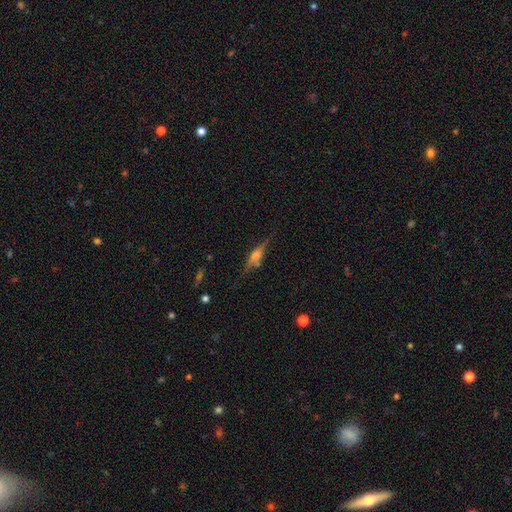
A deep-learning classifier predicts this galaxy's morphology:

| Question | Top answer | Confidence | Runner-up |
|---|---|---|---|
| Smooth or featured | featured or disk | 64% | smooth (26%) |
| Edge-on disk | yes | 94% | no (6%) |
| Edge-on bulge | rounded | 79% | boxy (16%) |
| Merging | none | 74% | minor disturbance (16%) |